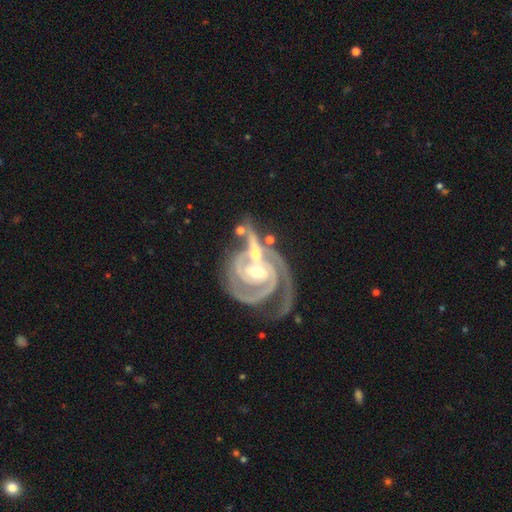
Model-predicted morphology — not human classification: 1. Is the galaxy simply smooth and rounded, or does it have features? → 92% featured or disk, 4% star or artifact, 4% smooth.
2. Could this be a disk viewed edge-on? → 97% no, 3% yes.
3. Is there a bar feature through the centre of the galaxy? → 39% strong, 38% weak, 23% no.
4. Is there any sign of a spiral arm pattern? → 98% yes, 2% no.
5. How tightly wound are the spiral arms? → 63% tight, 32% medium, 5% loose.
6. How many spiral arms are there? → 52% 2, 25% 3, 10% can't tell, 6% 1, 4% 4, 3% more than 4.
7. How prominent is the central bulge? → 57% moderate, 37% small, 4% large, 1% none, 1% dominant.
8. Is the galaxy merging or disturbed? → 44% merger, 28% none, 14% major disturbance, 13% minor disturbance.